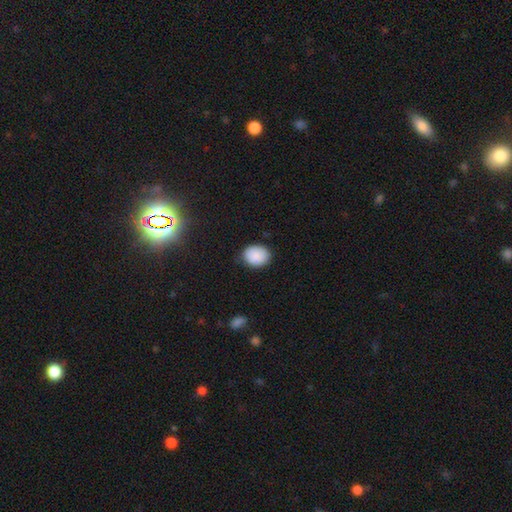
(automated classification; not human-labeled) Smooth or featured?
  - smooth: 89% *
  - star or artifact: 8%
  - featured or disk: 4%
How rounded?
  - in between: 50% *
  - round: 49%
  - cigar-shaped: 1%
Merging?
  - none: 82% *
  - minor disturbance: 14%
  - major disturbance: 3%
  - merger: 1%